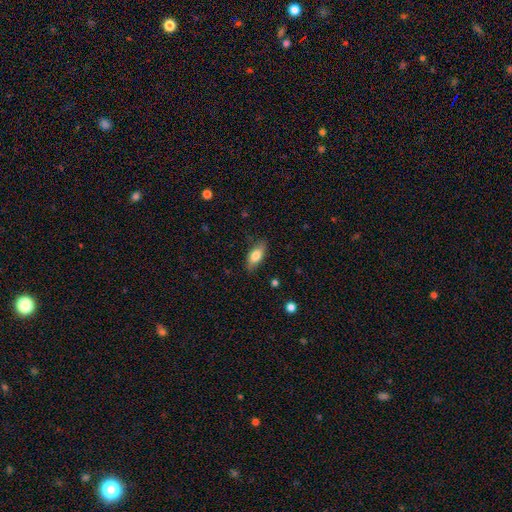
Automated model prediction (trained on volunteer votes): This appears to be a smooth galaxy with no disk features (75%) that is in between round and cigar-shaped (82%). Merging: none (80%).